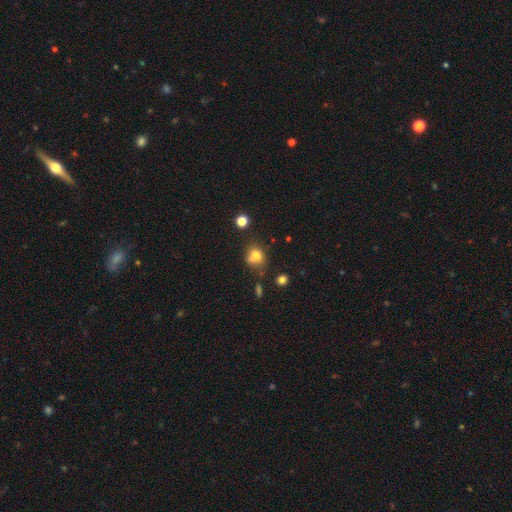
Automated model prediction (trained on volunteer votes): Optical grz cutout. It shows a smooth galaxy with no disk features (74%) that is round (66%). Merging: none (50%).